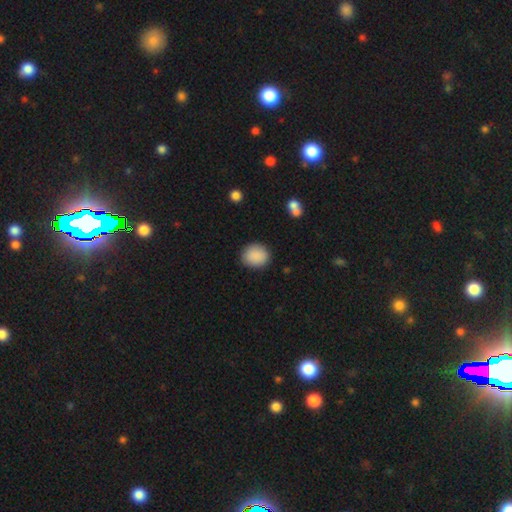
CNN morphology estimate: A smooth galaxy with no disk features (89%) that is round (66%). Merging: none (87%).